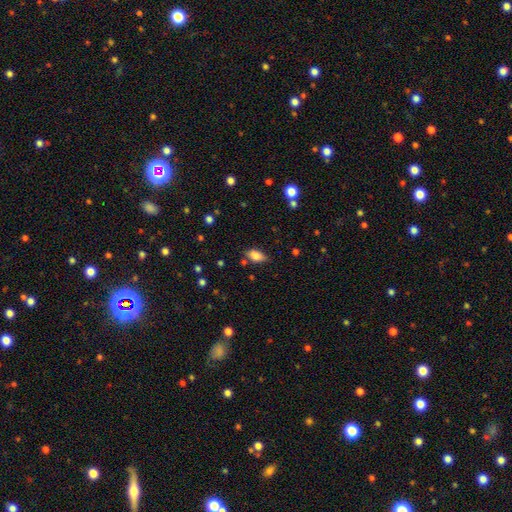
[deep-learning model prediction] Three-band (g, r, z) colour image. It shows a smooth galaxy with no disk features (83%) that is in between round and cigar-shaped (89%). Merging: none (76%).